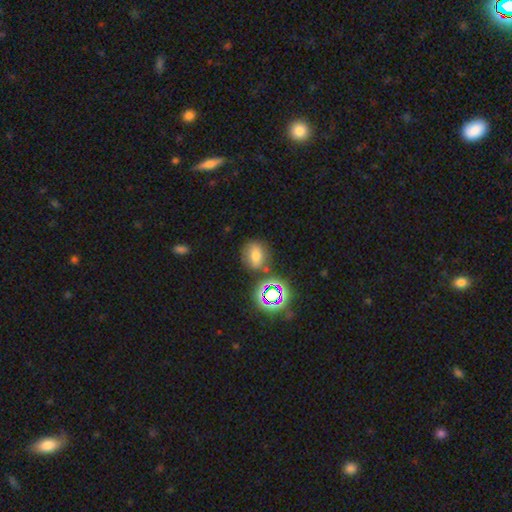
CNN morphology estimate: type=smooth (61%); roundness=in between (50%); merging=none (71%).